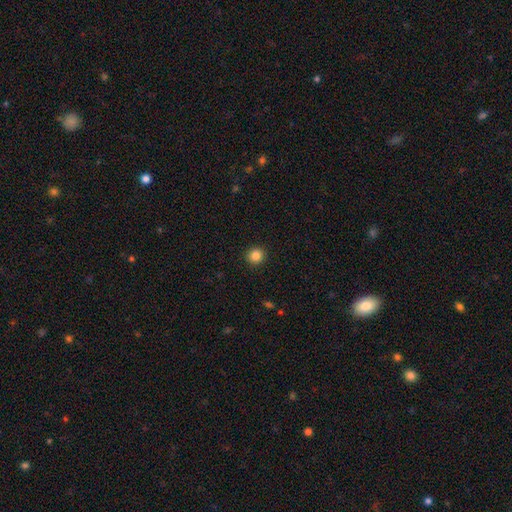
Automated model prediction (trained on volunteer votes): smooth-or-featured: smooth: 85% | star or artifact: 11% | featured or disk: 4%
  how-rounded: round: 92% | in between: 7% | cigar-shaped: 1%
  merging: none: 93% | minor disturbance: 4% | major disturbance: 2% | merger: 1%